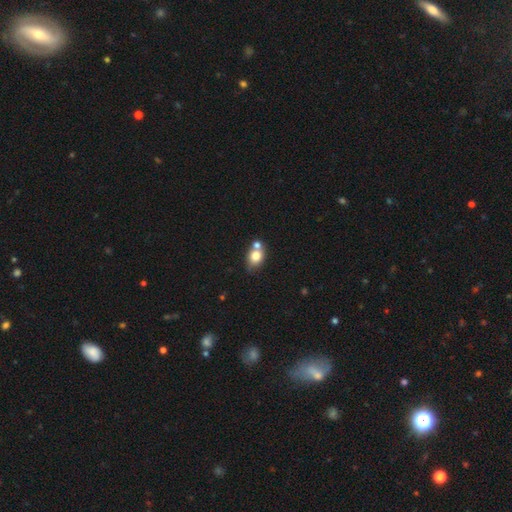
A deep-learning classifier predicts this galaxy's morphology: type=smooth (76%); roundness=in between (53%); merging=none (46%).